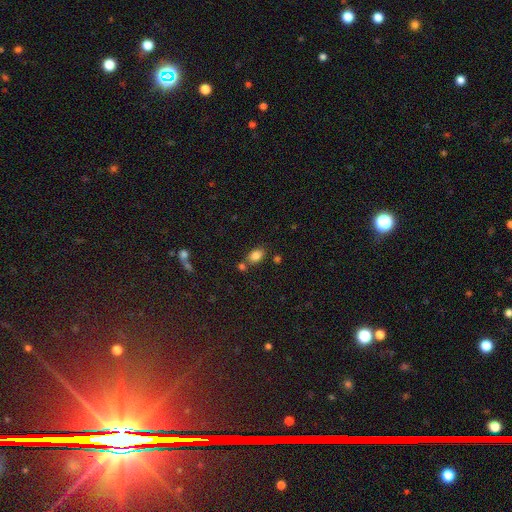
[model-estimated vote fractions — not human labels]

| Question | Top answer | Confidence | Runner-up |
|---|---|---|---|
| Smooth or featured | smooth | 84% | star or artifact (10%) |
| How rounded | in between | 83% | round (16%) |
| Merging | none | 68% | merger (16%) |